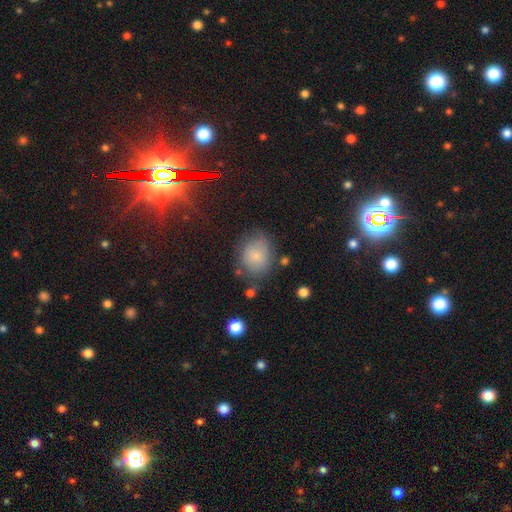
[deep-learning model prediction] Overall: smooth (75%). How rounded: in between (51%; round 48%). Merging: none (62%; minor disturbance 24%).